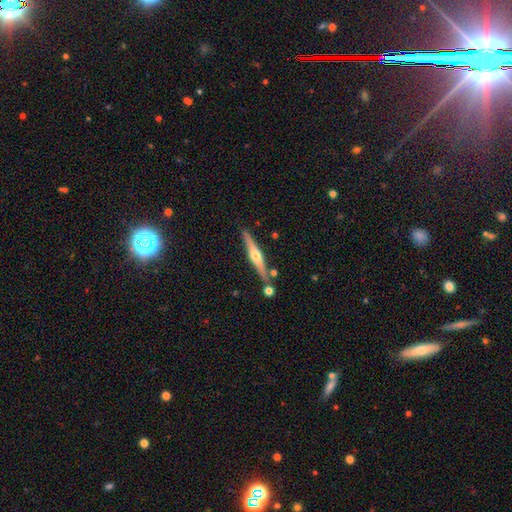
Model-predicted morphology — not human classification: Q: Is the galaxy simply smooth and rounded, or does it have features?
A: featured or disk — 70%.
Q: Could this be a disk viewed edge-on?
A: yes — 97%.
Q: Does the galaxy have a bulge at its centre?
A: rounded — 91%.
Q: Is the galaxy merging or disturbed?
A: none — 82%.